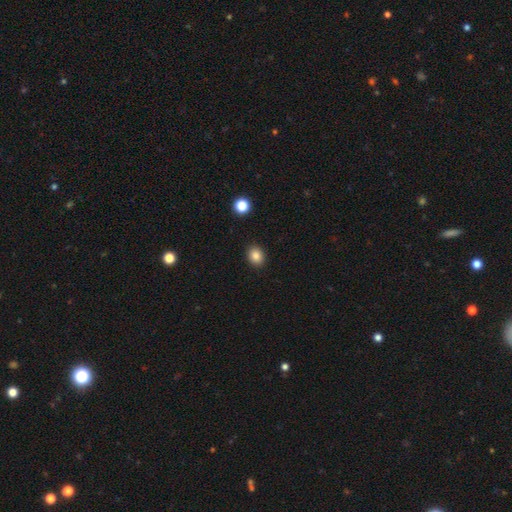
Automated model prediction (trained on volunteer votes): This appears to be a smooth galaxy with no disk features (85%) that is round (57%). Merging: none (91%).